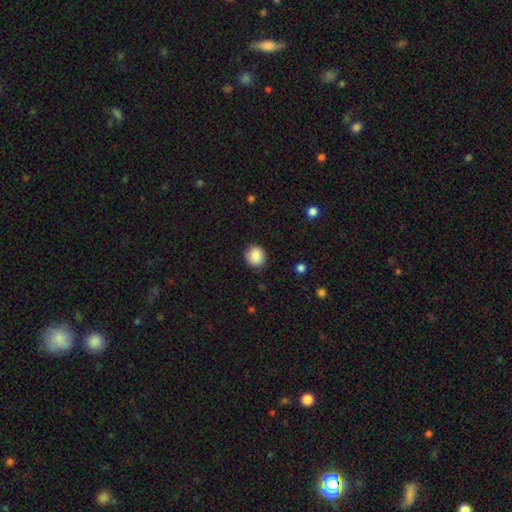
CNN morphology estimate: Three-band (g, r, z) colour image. It shows a smooth galaxy with no disk features (88%) that is round (79%). Merging: none (84%).